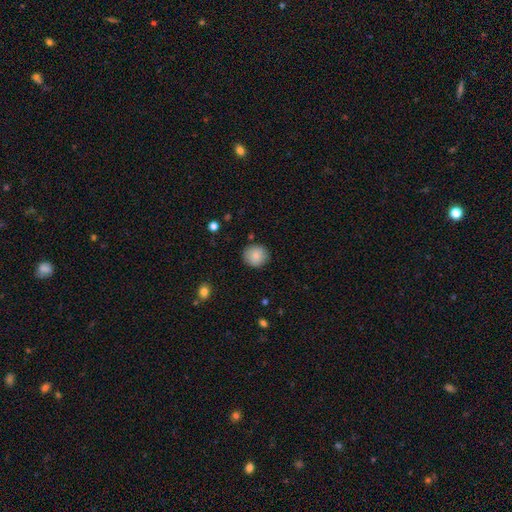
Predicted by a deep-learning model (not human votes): Smooth or featured? Predicted: smooth (p=0.86). How rounded? Predicted: round (p=0.90). Merging? Predicted: none (p=0.88).